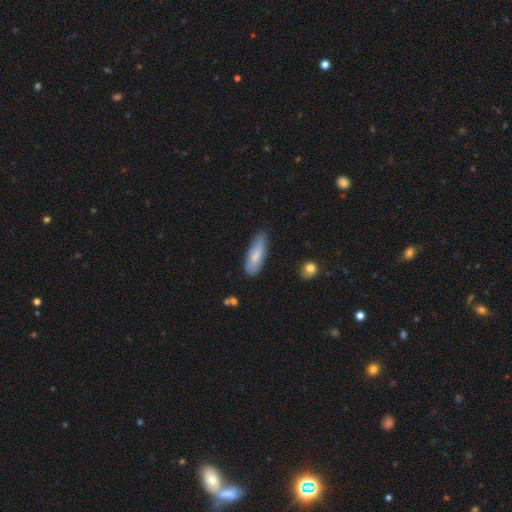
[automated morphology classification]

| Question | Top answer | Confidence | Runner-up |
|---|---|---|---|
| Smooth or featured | smooth | 76% | featured or disk (18%) |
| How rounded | in between | 57% | cigar-shaped (41%) |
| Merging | none | 75% | minor disturbance (20%) |